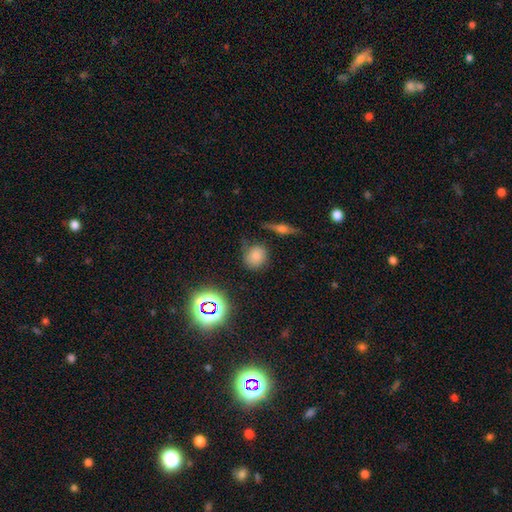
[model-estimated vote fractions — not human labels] Smooth or featured? smooth (71%)
How rounded? round (78%)
Merging? none (65%)